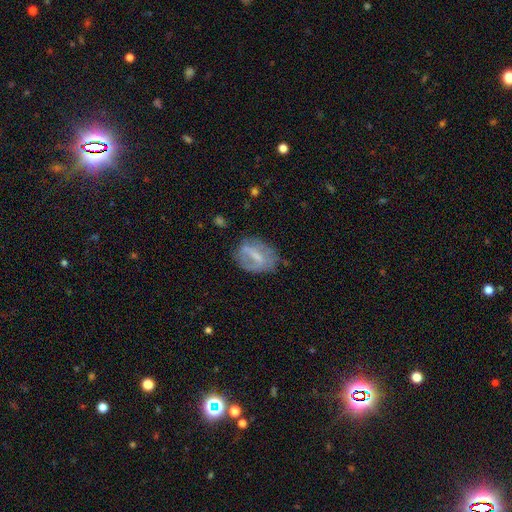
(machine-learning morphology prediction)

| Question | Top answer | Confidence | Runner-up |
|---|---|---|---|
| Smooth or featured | featured or disk | 54% | smooth (37%) |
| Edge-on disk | no | 94% | yes (6%) |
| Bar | weak | 42% | strong (35%) |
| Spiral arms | no | 58% | yes (42%) |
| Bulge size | small | 40% | none (30%) |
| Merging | none | 57% | minor disturbance (26%) |